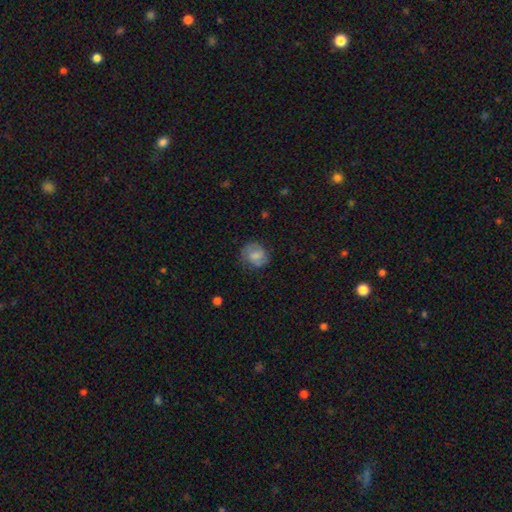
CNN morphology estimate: Smooth or featured? Predicted: smooth (p=0.60). How rounded? Predicted: round (p=0.68). Merging? Predicted: none (p=0.69).